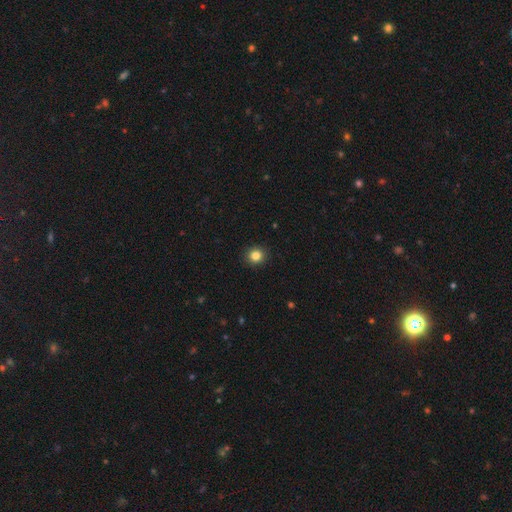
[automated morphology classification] This is clearly a smooth galaxy (84%). How rounded: clearly round (87%). Merging: clearly none (92%).